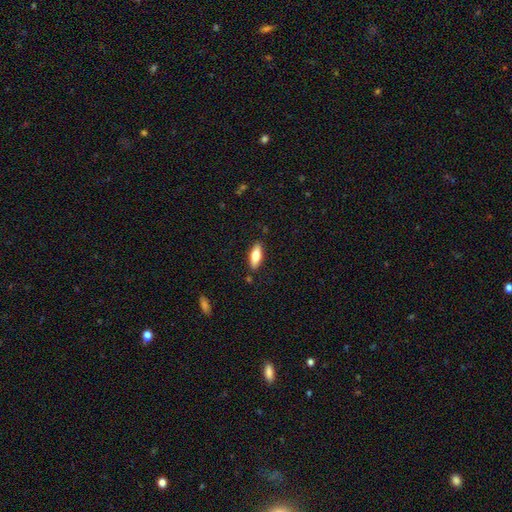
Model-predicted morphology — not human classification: smooth 69%, featured or disk 25%, star or artifact 6%. Down the decision tree: how rounded — in between (67%); merging — none (87%).